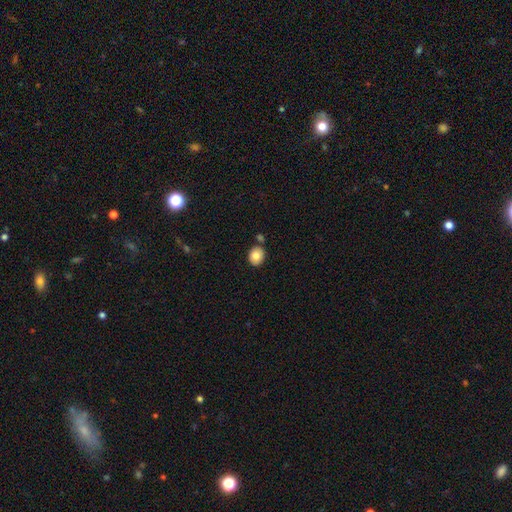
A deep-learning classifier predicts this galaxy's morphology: The model was most divided on "how rounded": round: 59%, in between: 40%, cigar-shaped: 1%. More confident: smooth or featured — smooth (82%); merging — none (78%).